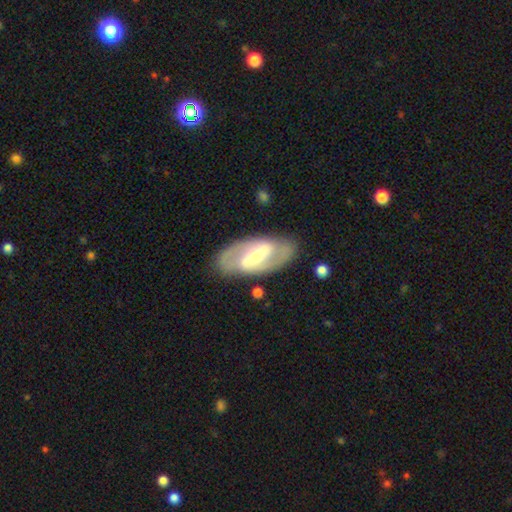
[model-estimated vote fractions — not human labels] Overall: featured or disk (78%). Edge-on disk: no (94%). Bar: strong (67%). Spiral arms: yes (79%). Spiral arm count: 2 (87%). Spiral winding: medium (47%; tight 33%). Bulge size: small (44%; moderate 39%). Merging: none (83%).